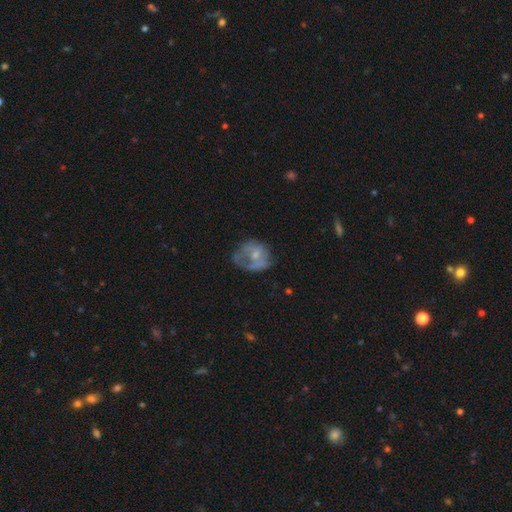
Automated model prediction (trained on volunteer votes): featured or disk 46%, smooth 45%, star or artifact 10%. Down the decision tree: merging — none (37%).